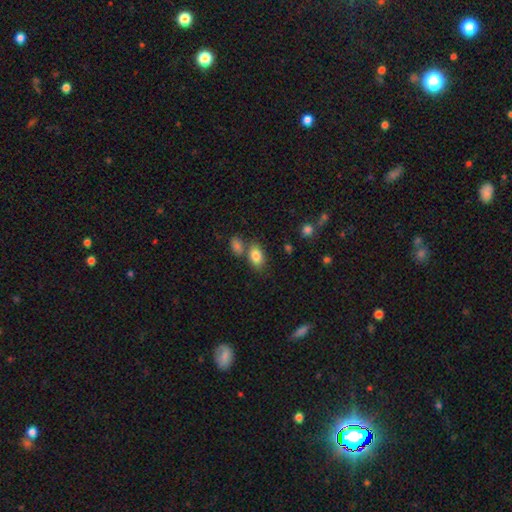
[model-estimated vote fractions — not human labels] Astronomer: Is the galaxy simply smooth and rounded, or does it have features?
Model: smooth — 84%.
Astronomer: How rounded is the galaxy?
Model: in between — 89%.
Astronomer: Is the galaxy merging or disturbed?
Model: none — 59%.